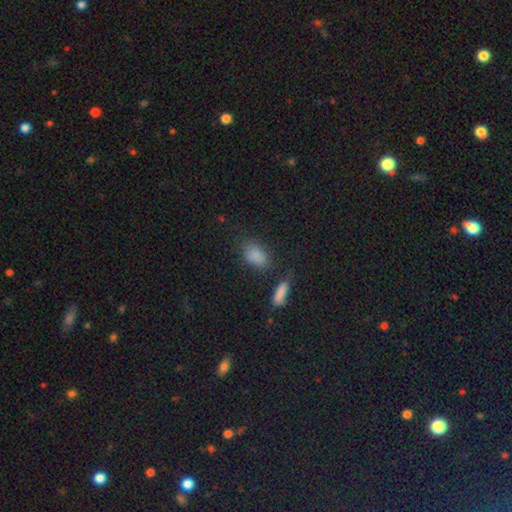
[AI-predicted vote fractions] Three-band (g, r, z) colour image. It shows a smooth galaxy with no disk features (86%) that is in between round and cigar-shaped (84%). Merging: none (72%).